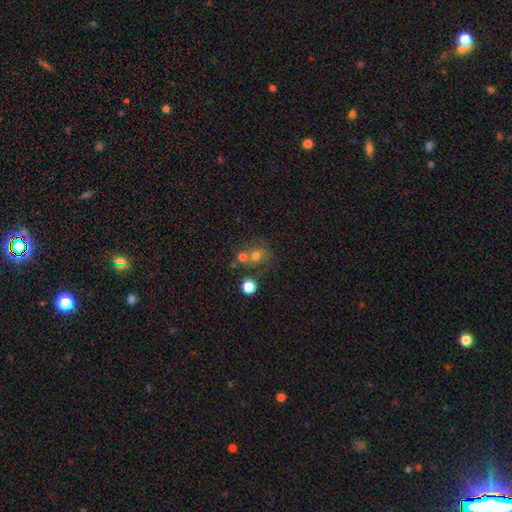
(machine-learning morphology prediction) The model was most divided on "merging": none: 45%, merger: 34%, minor disturbance: 13%, major disturbance: 8%. More confident: how rounded — round (73%); smooth or featured — smooth (63%).